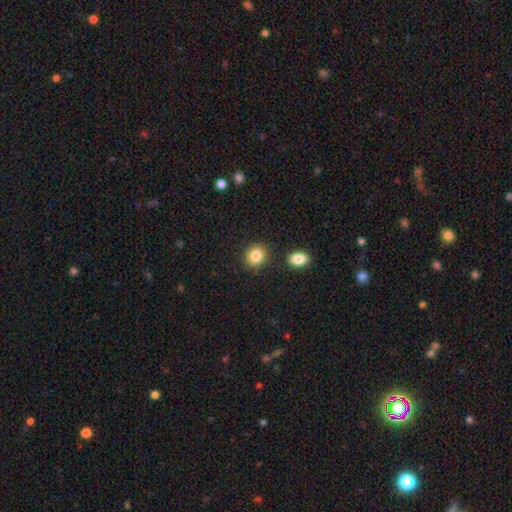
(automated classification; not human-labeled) Morphology: type=smooth (85%); roundness=round (70%); merging=none (85%).